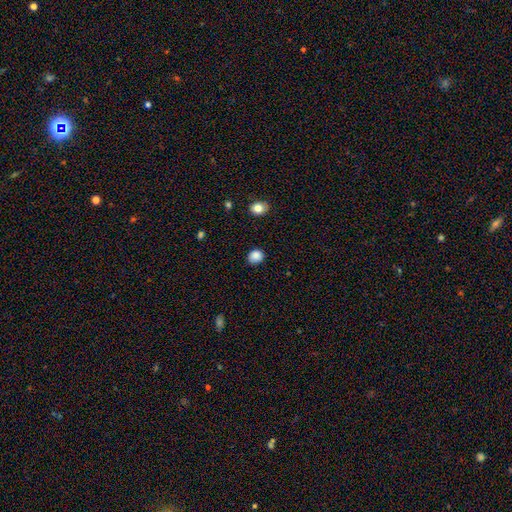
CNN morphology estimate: This is clearly a smooth galaxy (87%). How rounded: likely round (69%). Merging: clearly none (86%).